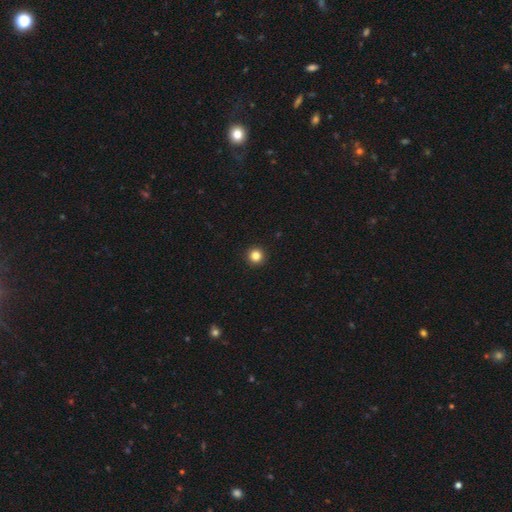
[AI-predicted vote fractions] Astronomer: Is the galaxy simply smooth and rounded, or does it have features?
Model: smooth — 83%.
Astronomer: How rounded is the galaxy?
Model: round — 96%.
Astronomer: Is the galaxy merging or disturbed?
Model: none — 94%.